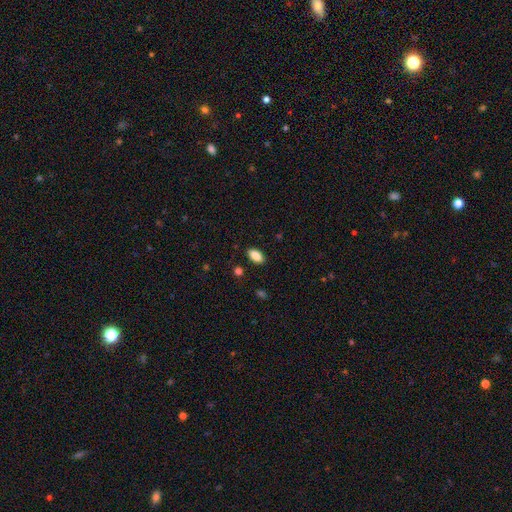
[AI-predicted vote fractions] This is clearly a smooth galaxy (88%). How rounded: clearly in between (92%). Merging: clearly none (88%).